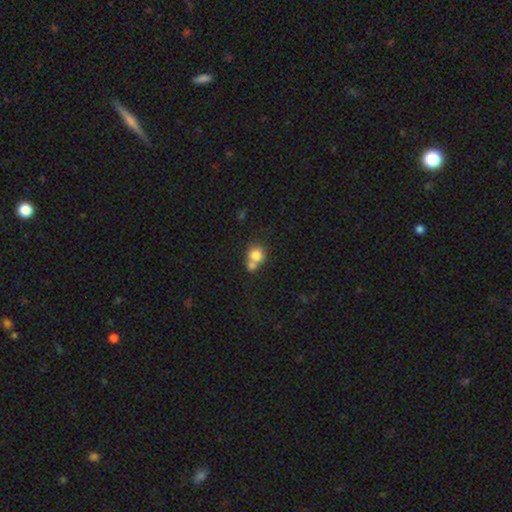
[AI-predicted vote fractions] The model was most divided on "merging": merger: 50%, none: 39%, minor disturbance: 8%, major disturbance: 3%. More confident: how rounded — round (83%); smooth or featured — smooth (78%).